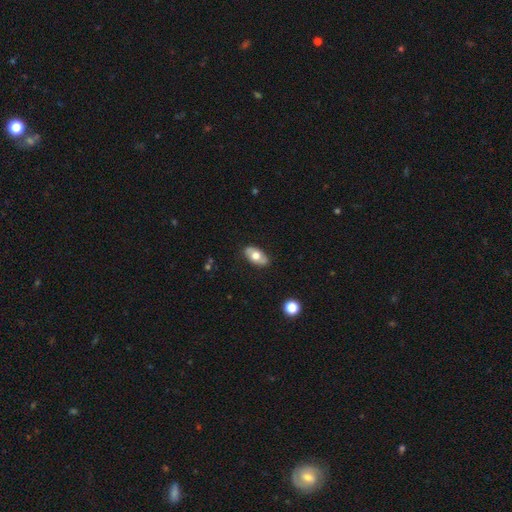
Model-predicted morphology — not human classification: Smooth or featured?
  - smooth: 62% *
  - featured or disk: 32%
  - star or artifact: 6%
How rounded?
  - in between: 92% *
  - round: 5%
  - cigar-shaped: 4%
Merging?
  - none: 84% *
  - minor disturbance: 12%
  - major disturbance: 2%
  - merger: 1%